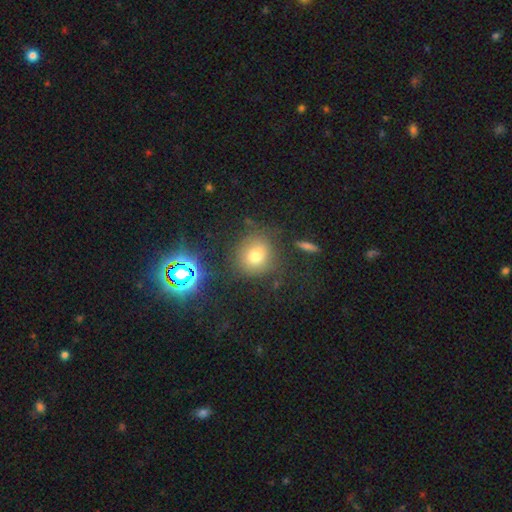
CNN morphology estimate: Overall: smooth (73%). How rounded: round (85%). Merging: none (80%).